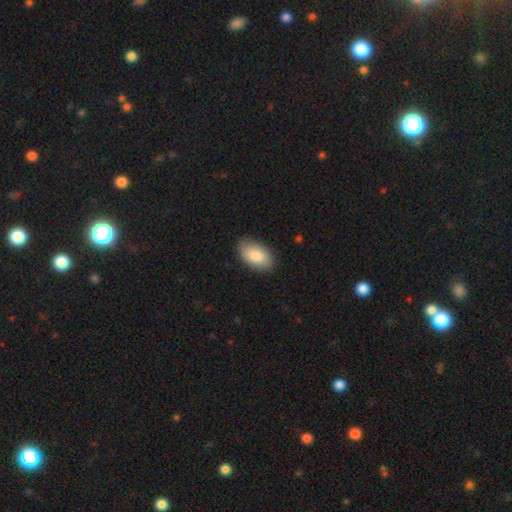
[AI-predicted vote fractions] smooth 84%, featured or disk 10%, star or artifact 6%. Down the decision tree: how rounded — in between (94%); merging — none (83%).